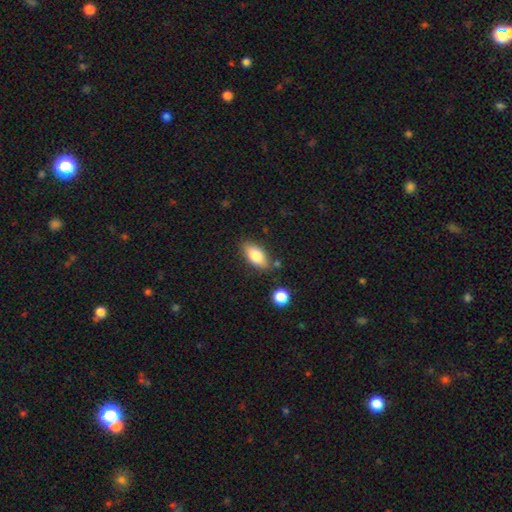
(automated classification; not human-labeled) A smooth galaxy with no disk features (80%) that is in between round and cigar-shaped (87%). Merging: none (79%).